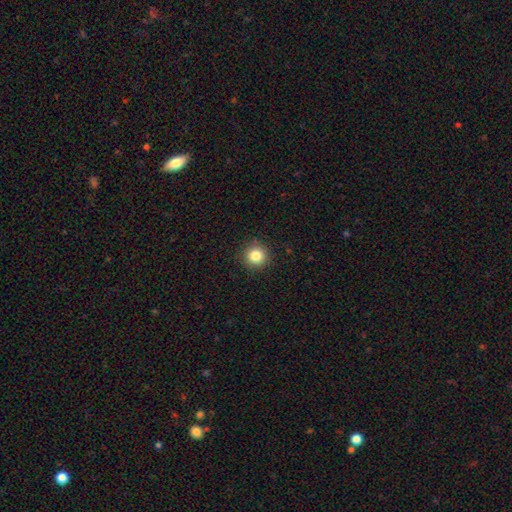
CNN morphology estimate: Q: Smooth or featured?
A: smooth (84%); runner-up: star or artifact (11%)
Q: How rounded?
A: round (94%); runner-up: in between (5%)
Q: Merging?
A: none (91%); runner-up: minor disturbance (6%)